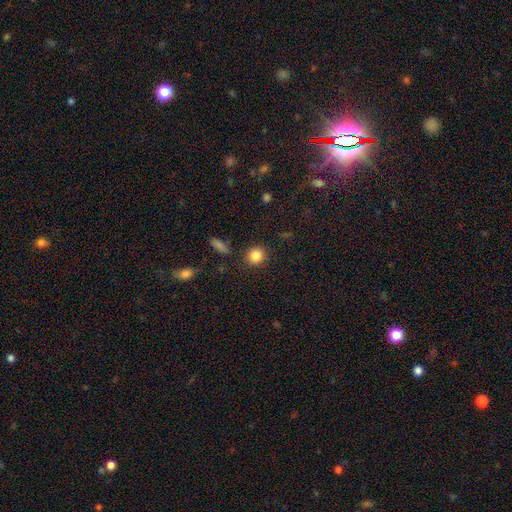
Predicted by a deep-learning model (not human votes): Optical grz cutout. It shows a smooth galaxy with no disk features (85%) that is round (85%). Merging: none (88%).